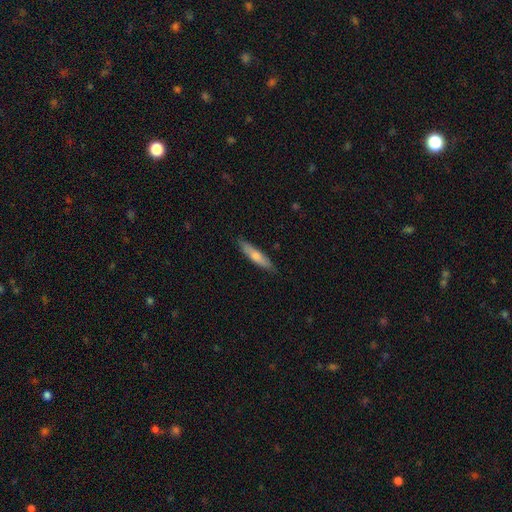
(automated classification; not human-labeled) Morphology: type=smooth (58%); roundness=cigar-shaped (82%); merging=none (88%).